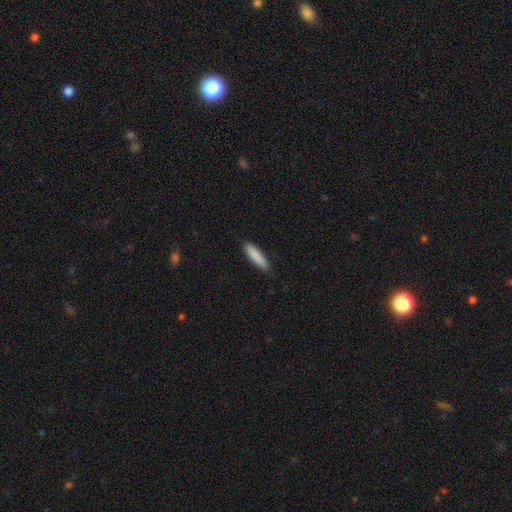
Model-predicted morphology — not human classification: This appears to be a smooth galaxy with no disk features (88%) that is cigar-shaped (75%). Merging: none (88%).